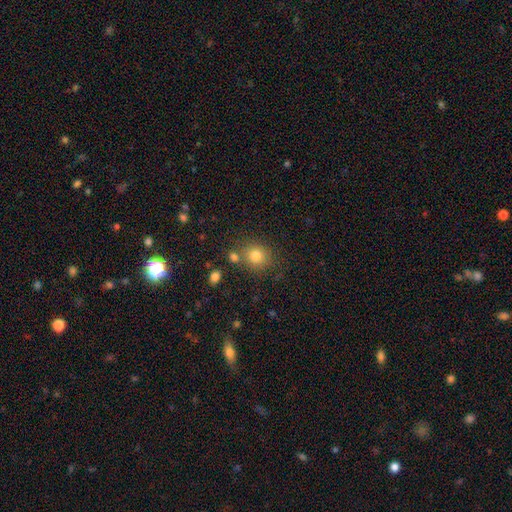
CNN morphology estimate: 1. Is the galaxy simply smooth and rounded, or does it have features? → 80% smooth, 12% star or artifact, 8% featured or disk.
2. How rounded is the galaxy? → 80% round, 19% in between, 1% cigar-shaped.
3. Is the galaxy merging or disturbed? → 71% none, 14% merger, 11% minor disturbance, 4% major disturbance.